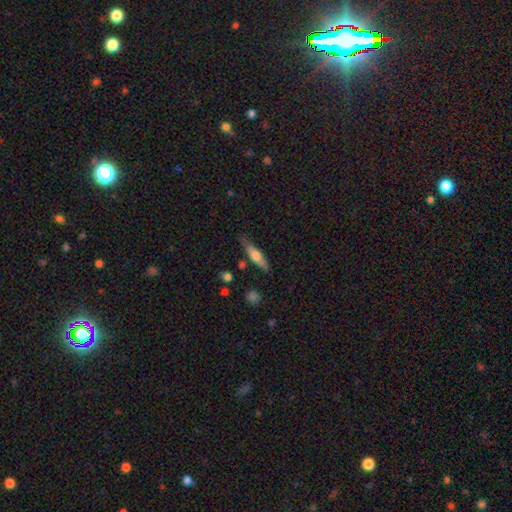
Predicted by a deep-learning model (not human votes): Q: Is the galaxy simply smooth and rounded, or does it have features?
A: smooth — 54%.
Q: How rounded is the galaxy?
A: cigar-shaped — 76%.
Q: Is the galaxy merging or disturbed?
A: none — 78%.